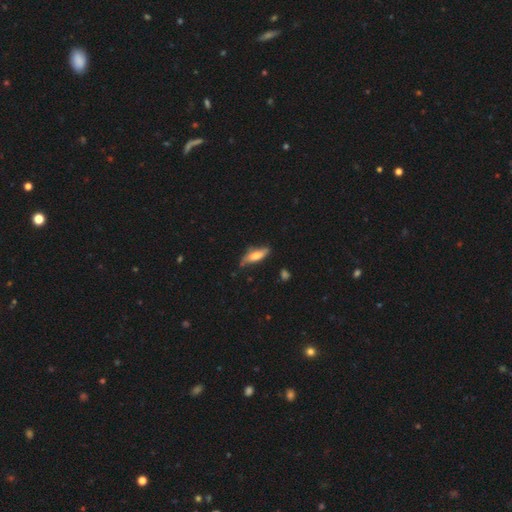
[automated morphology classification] The model was most divided on "how rounded": in between: 50%, cigar-shaped: 48%, round: 2%. More confident: merging — none (66%); smooth or featured — smooth (62%).